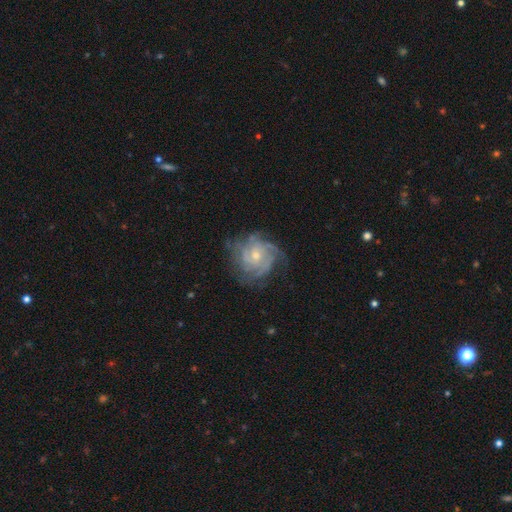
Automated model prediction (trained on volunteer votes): Morphology: type=featured or disk (82%); edge-on=no (98%); bar=no (73%); spiral arms=yes (94%); winding=tight (61%); arm count=can't tell (32%); bulge=small (58%); merging=none (67%).